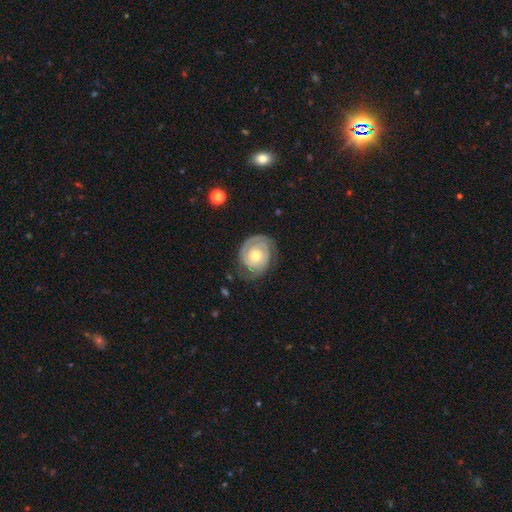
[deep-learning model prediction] Overall: featured or disk (81%). Edge-on disk: no (97%). Bar: no (79%). Spiral arms: yes (92%). Spiral arm count: 2 (60%). Spiral winding: tight (72%). Bulge size: moderate (55%; small 40%). Merging: none (70%).